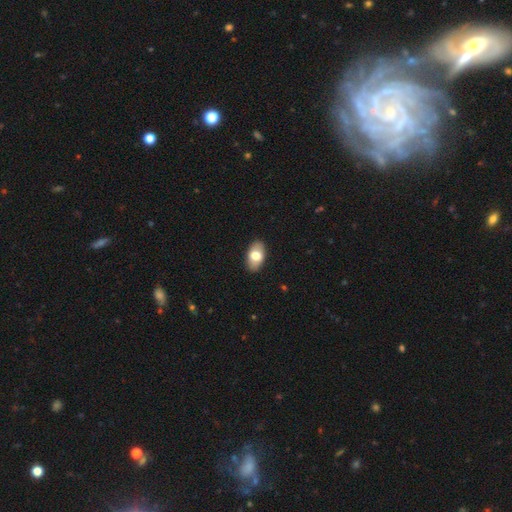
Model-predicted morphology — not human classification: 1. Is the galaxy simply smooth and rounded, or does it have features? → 72% smooth, 21% featured or disk, 6% star or artifact.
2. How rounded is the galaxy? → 92% in between, 6% round, 2% cigar-shaped.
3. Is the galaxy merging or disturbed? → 88% none, 9% minor disturbance, 2% major disturbance, 1% merger.